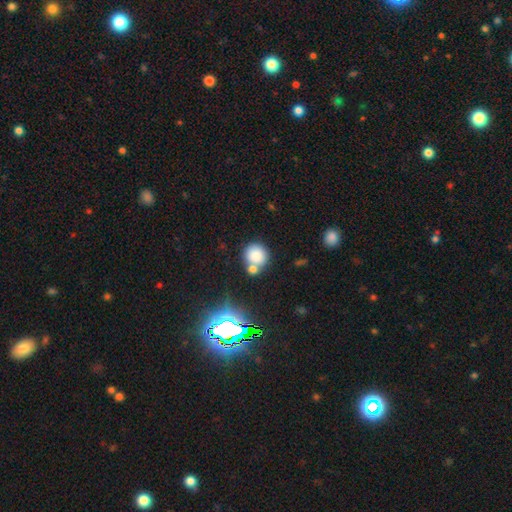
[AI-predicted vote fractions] Smooth or featured? smooth (80%)
How rounded? round (86%)
Merging? none (54%)